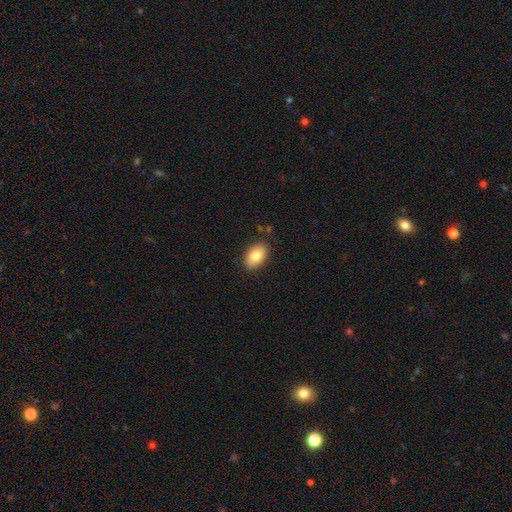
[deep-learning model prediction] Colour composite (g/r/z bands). It shows a smooth galaxy with no disk features (82%) that is in between round and cigar-shaped (91%). Merging: none (86%).